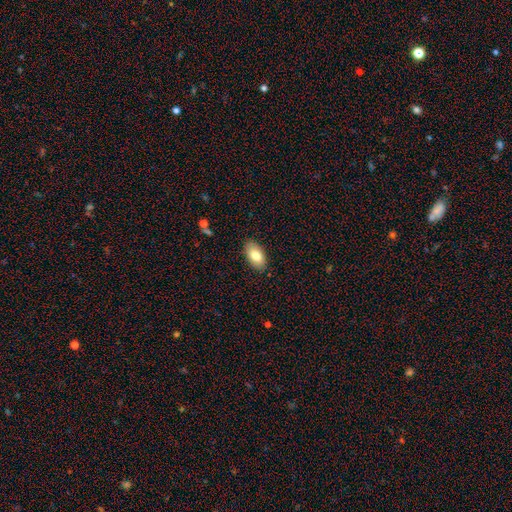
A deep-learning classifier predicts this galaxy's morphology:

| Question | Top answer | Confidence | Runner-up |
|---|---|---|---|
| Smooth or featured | smooth | 80% | featured or disk (13%) |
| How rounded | in between | 94% | round (4%) |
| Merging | none | 87% | minor disturbance (10%) |